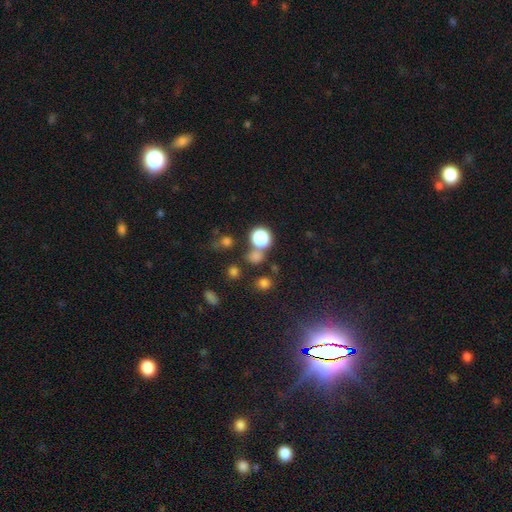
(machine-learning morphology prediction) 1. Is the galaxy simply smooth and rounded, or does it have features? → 63% smooth, 30% star or artifact, 6% featured or disk.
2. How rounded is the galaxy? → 82% round, 17% in between, 1% cigar-shaped.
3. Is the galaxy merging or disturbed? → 69% none, 16% merger, 9% minor disturbance, 5% major disturbance.